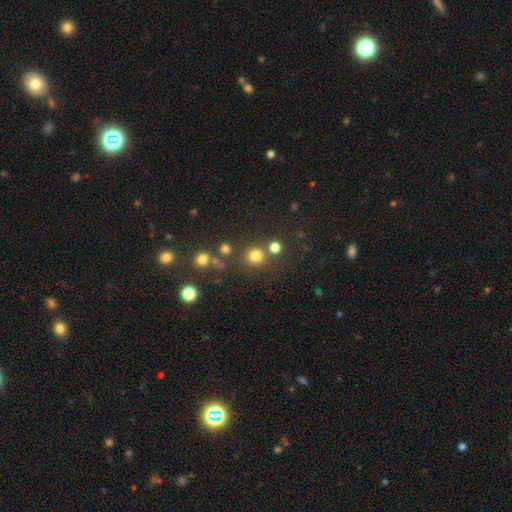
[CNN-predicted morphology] Smooth or featured? Predicted: smooth (p=0.78). How rounded? Predicted: round (p=0.92). Merging? Predicted: none (p=0.77).